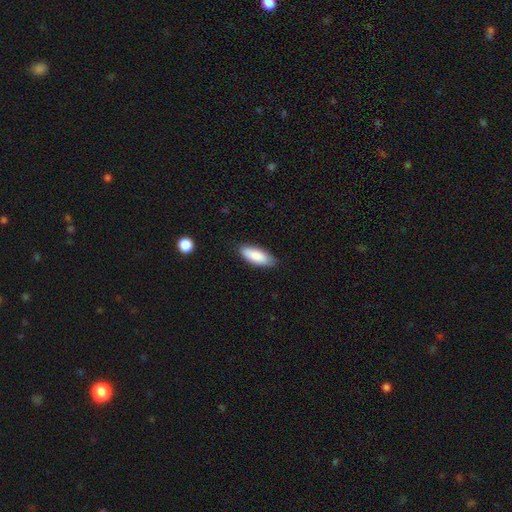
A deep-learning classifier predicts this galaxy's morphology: The model was most divided on "how rounded": in between: 76%, cigar-shaped: 22%, round: 2%. More confident: smooth or featured — smooth (87%); merging — none (84%).